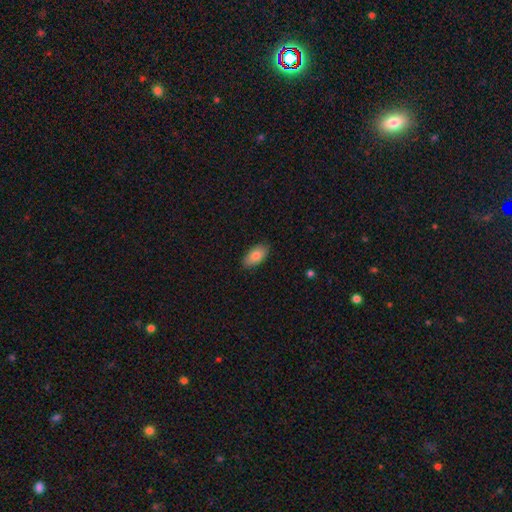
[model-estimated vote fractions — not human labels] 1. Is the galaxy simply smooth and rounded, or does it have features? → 84% smooth, 10% featured or disk, 7% star or artifact.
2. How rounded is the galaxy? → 93% in between, 4% cigar-shaped, 3% round.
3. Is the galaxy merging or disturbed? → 85% none, 12% minor disturbance, 2% major disturbance, 1% merger.